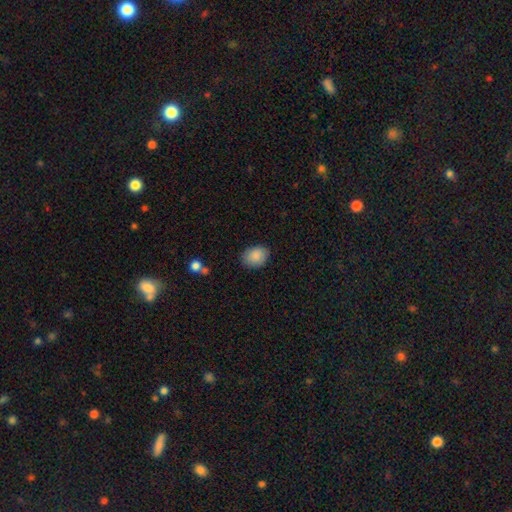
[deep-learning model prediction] Smooth or featured?
  - smooth: 88% *
  - star or artifact: 7%
  - featured or disk: 5%
How rounded?
  - in between: 66% *
  - round: 34%
  - cigar-shaped: 1%
Merging?
  - none: 83% *
  - minor disturbance: 13%
  - major disturbance: 3%
  - merger: 1%